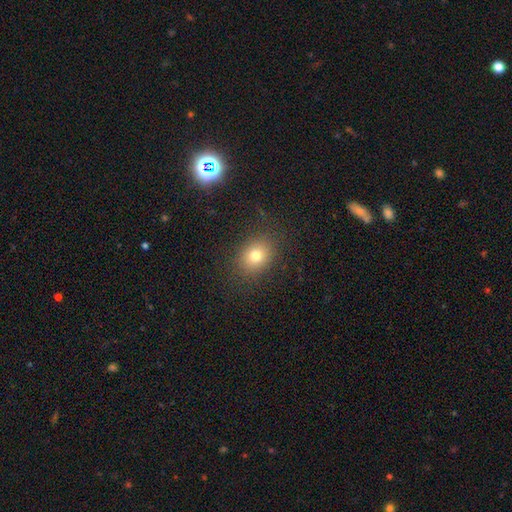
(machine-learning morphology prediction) smooth-or-featured: smooth: 75% | star or artifact: 14% | featured or disk: 11%
  how-rounded: round: 53% | in between: 46% | cigar-shaped: 1%
  merging: none: 85% | minor disturbance: 9% | major disturbance: 5% | merger: 1%